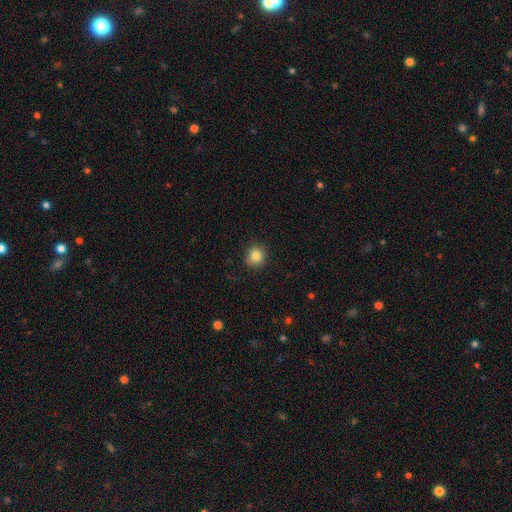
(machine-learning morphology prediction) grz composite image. It shows a smooth galaxy with no disk features (83%) that is round (90%). Merging: none (88%).